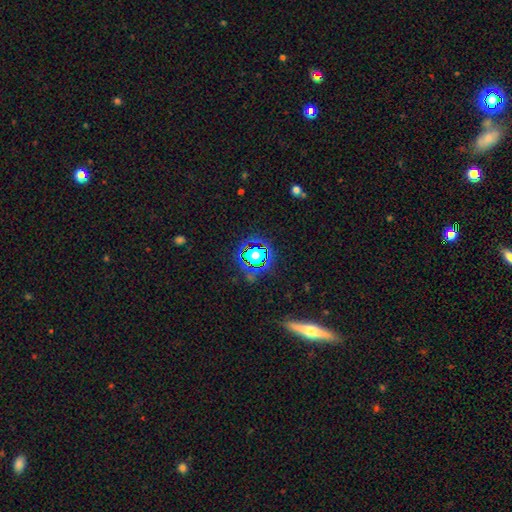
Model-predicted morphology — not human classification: Q: Smooth or featured?
A: star or artifact (60%); runner-up: smooth (21%)